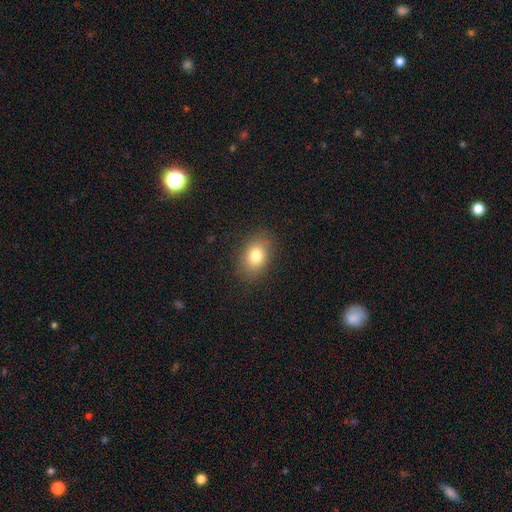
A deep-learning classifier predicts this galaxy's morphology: type=smooth (79%); roundness=in between (72%); merging=none (85%).